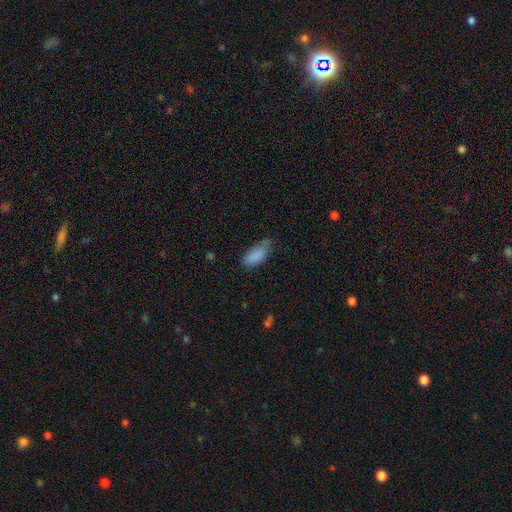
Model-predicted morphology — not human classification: smooth_or_featured: smooth (p=0.84) [alt: star or artifact p=0.08]
how_rounded: in between (p=0.83) [alt: cigar-shaped p=0.15]
merging: none (p=0.49) [alt: minor disturbance p=0.37]